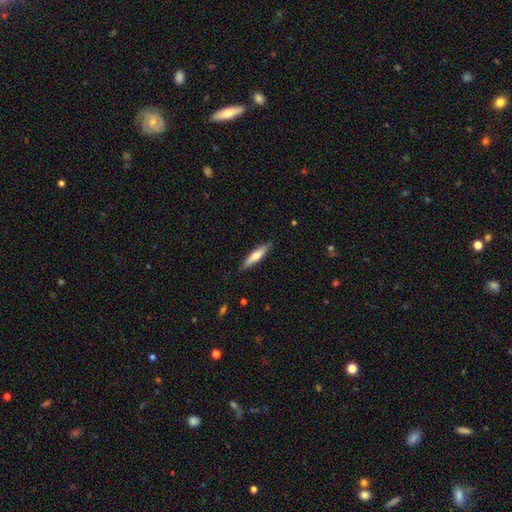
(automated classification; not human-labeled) A smooth galaxy with no disk features (63%) that is cigar-shaped (81%). Merging: none (86%).